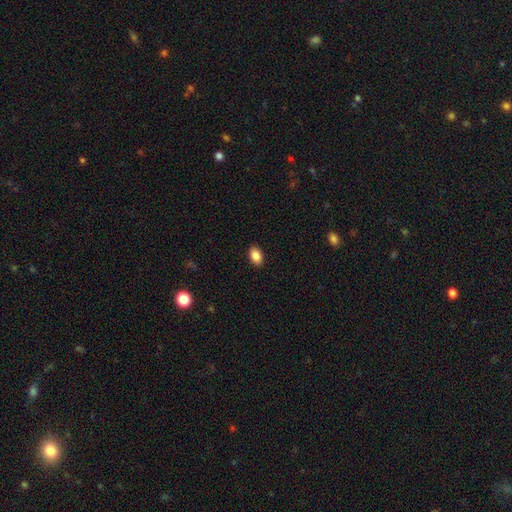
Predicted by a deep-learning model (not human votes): Smooth or featured? smooth (88%)
How rounded? in between (88%)
Merging? none (90%)